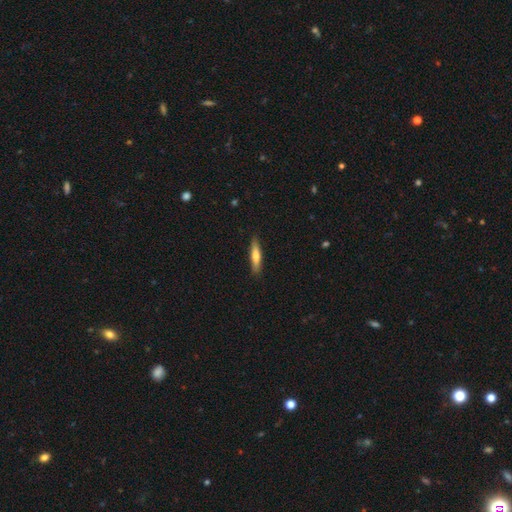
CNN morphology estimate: Overall: smooth (64%; featured or disk 30%). How rounded: cigar-shaped (83%). Merging: none (87%).